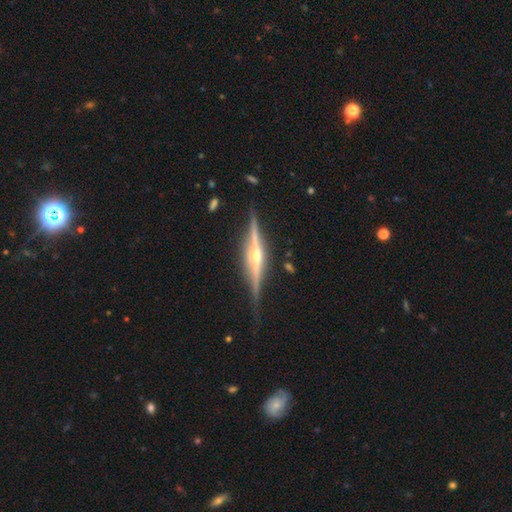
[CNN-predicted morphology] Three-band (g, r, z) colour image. It shows a featured or disk galaxy (87%) viewed edge-on (98%) with a rounded central bulge (89%). Merging: none (84%).